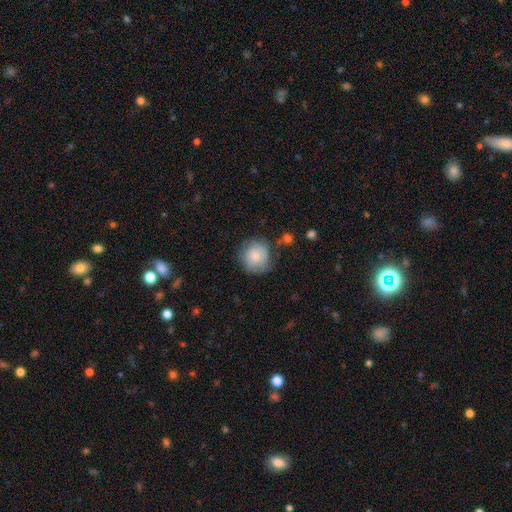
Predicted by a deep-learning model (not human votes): Smooth or featured? Predicted: smooth (p=0.64). How rounded? Predicted: round (p=0.90). Merging? Predicted: none (p=0.69).